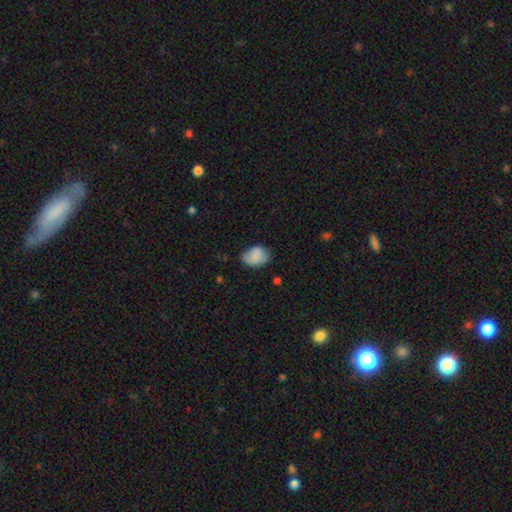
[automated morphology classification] Smooth or featured? Predicted: smooth (p=0.82). How rounded? Predicted: in between (p=0.69). Merging? Predicted: none (p=0.62).